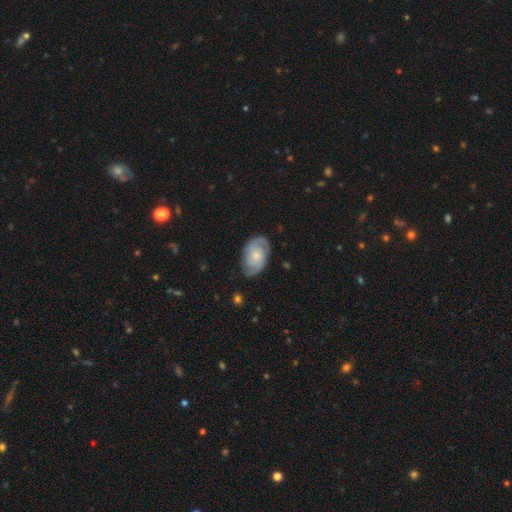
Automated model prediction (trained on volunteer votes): The model was most divided on "bulge size": small: 45%, moderate: 41%, none: 7%, large: 5%, dominant: 1%. More confident: edge-on disk — no (97%); spiral arms — yes (94%); merging — none (78%); smooth or featured — featured or disk (75%); spiral arm count — 2 (71%); bar — no (70%); spiral winding — tight (51%).